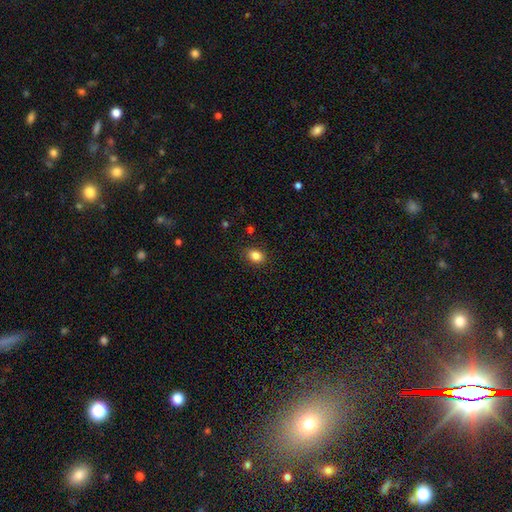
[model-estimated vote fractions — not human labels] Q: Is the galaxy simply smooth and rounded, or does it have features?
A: smooth — 85%.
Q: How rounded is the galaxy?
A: in between — 65%.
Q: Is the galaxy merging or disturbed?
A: none — 86%.